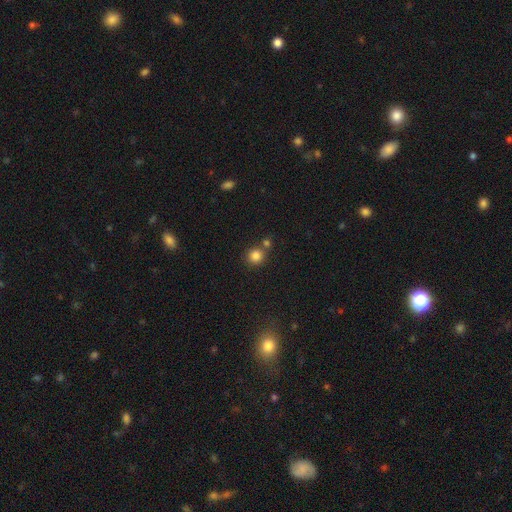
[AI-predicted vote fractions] This appears to be a smooth galaxy with no disk features (83%) that is round (90%). Merging: none (66%).